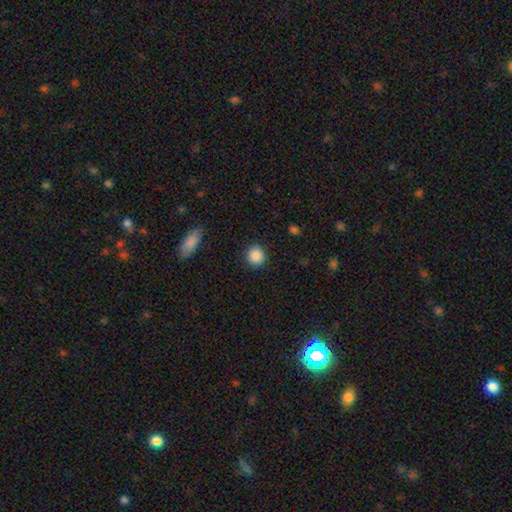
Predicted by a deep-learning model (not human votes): smooth 88%, star or artifact 9%, featured or disk 3%. Down the decision tree: how rounded — round (84%); merging — none (89%).